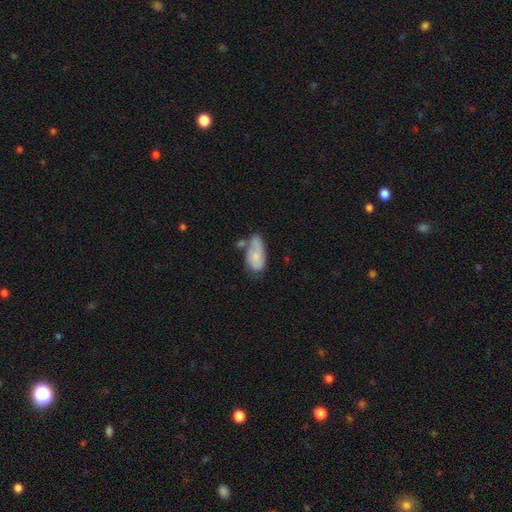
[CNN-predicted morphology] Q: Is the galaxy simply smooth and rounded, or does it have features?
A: smooth — 68%.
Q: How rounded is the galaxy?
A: in between — 91%.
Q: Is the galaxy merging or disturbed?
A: none — 33%.